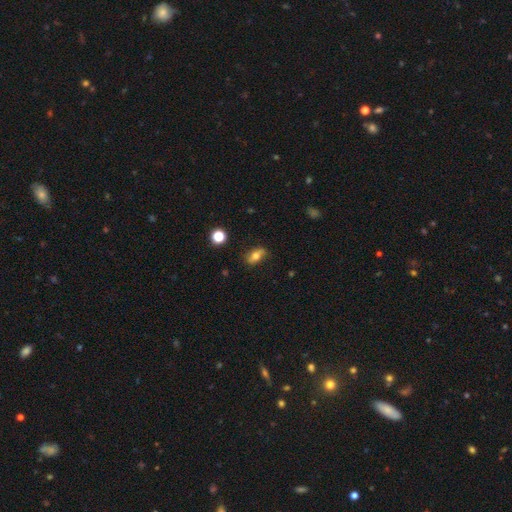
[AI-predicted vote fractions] This appears to be a smooth galaxy with no disk features (66%) that is in between round and cigar-shaped (77%). Merging: none (77%).